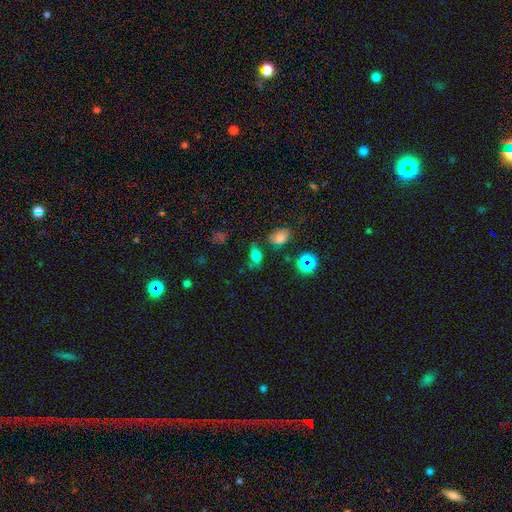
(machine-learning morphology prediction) type=smooth (67%); roundness=in between (79%); merging=none (61%).